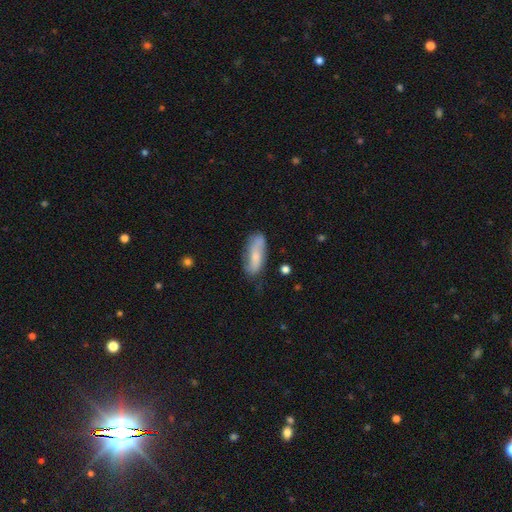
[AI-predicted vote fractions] smooth 56%, featured or disk 37%, star or artifact 7%. Down the decision tree: how rounded — in between (67%); merging — none (65%).